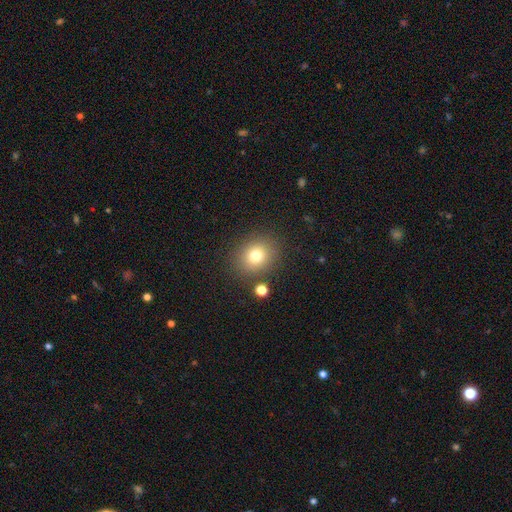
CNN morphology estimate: This appears to be a smooth galaxy with no disk features (76%) that is round (68%). Merging: none (83%).